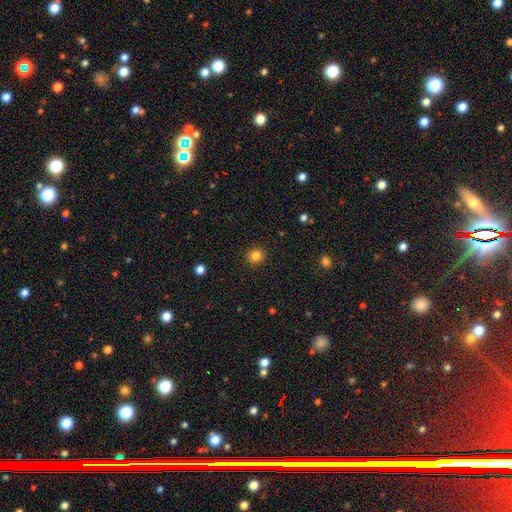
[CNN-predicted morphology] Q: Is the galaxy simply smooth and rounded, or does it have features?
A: smooth — 83%.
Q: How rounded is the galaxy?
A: round — 90%.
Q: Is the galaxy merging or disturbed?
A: none — 92%.